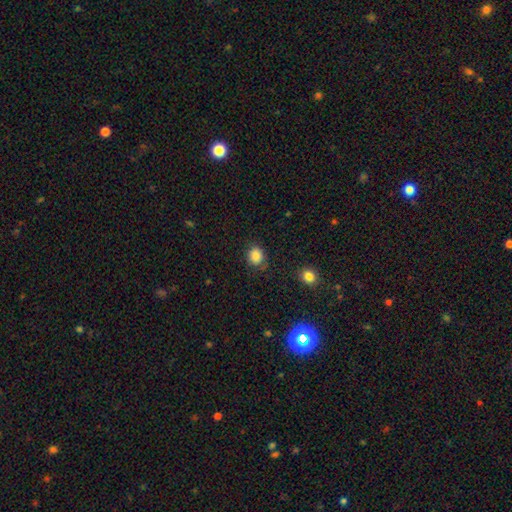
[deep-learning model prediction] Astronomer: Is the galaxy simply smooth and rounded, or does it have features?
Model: smooth — 85%.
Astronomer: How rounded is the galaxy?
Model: round — 72%.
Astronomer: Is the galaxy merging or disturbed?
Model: none — 79%.